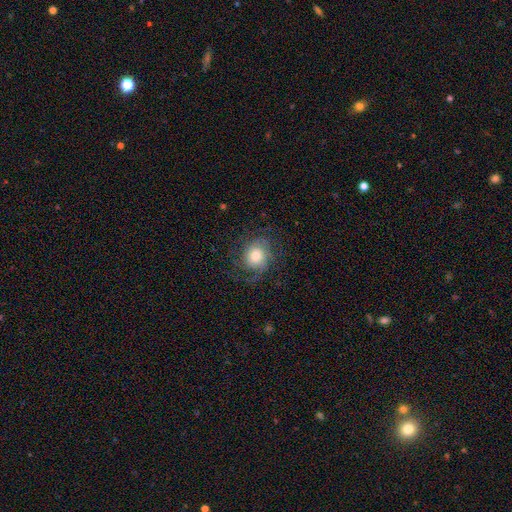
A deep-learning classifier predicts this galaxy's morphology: A featured or disk galaxy (54%) with no bar (79%), spiral arms (88%) and a moderate central bulge (42%). Merging: none (67%).